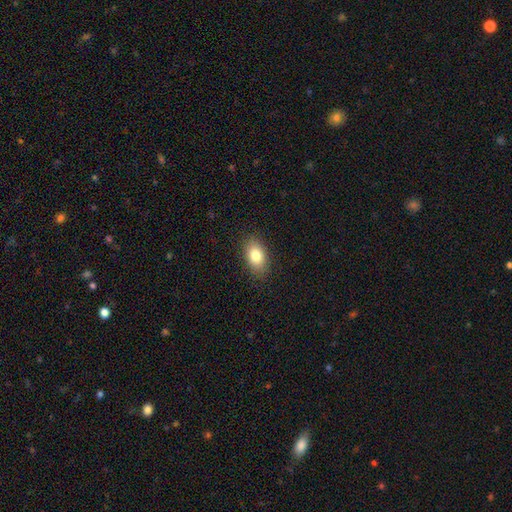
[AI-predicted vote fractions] A smooth galaxy with no disk features (82%) that is in between round and cigar-shaped (89%).

Vote fractions:
- Smooth or featured? smooth: 82% / featured or disk: 10% / star or artifact: 8%
- How rounded? in between: 89% / round: 9% / cigar-shaped: 2%
- Merging? none: 87% / minor disturbance: 9% / major disturbance: 2% / merger: 1%